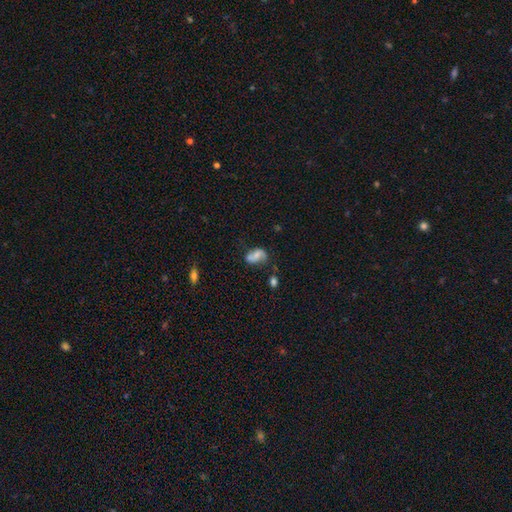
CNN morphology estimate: smooth 47%, featured or disk 43%, star or artifact 10%. Down the decision tree: merging — none (48%).